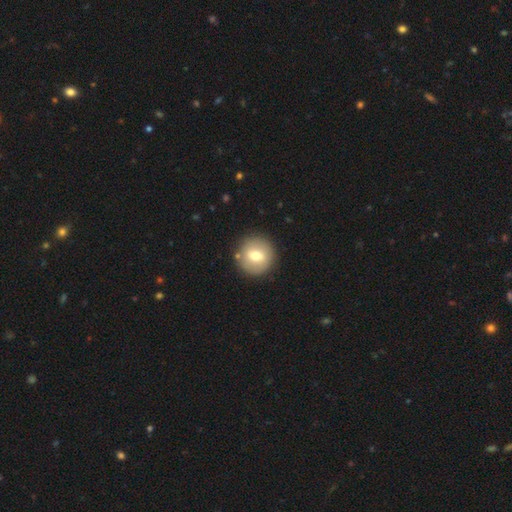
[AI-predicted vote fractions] Smooth or featured?
  - smooth: 69% *
  - featured or disk: 23%
  - star or artifact: 8%
How rounded?
  - round: 94% *
  - in between: 5%
  - cigar-shaped: 1%
Merging?
  - none: 88% *
  - minor disturbance: 7%
  - merger: 3%
  - major disturbance: 2%